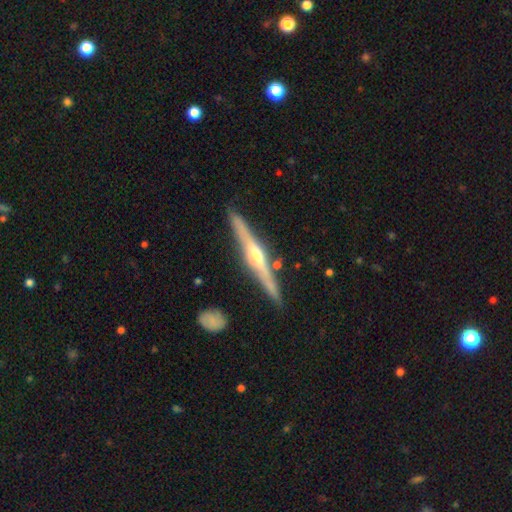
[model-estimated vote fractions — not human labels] This is likely a featured or disk galaxy (79%). It is clearly viewed edge-on (98%). Edge-on bulge: clearly rounded (91%). Merging: clearly none (87%).